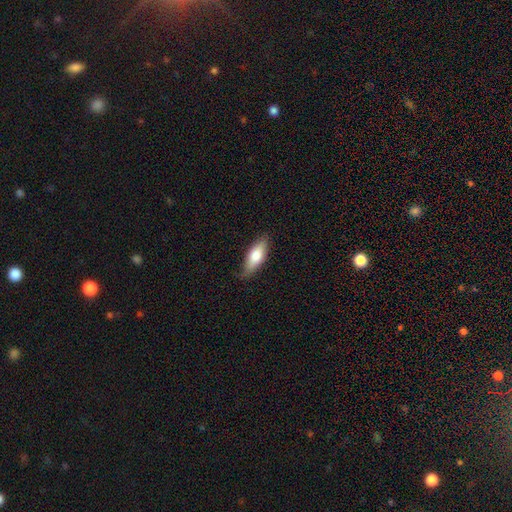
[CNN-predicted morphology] type=smooth (70%); roundness=in between (70%); merging=none (75%).